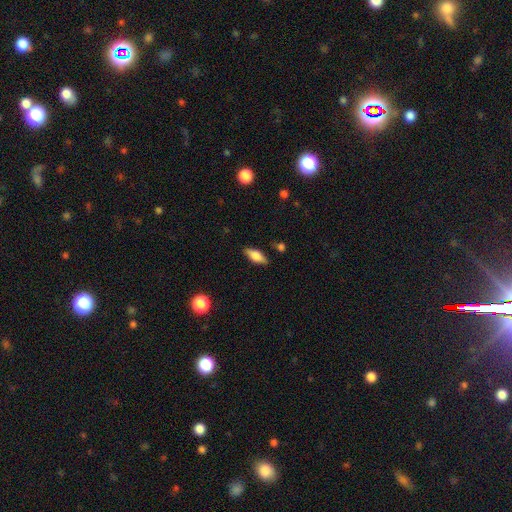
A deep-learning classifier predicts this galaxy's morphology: A smooth galaxy with no disk features (65%) that is in between round and cigar-shaped (76%). Merging: none (85%).